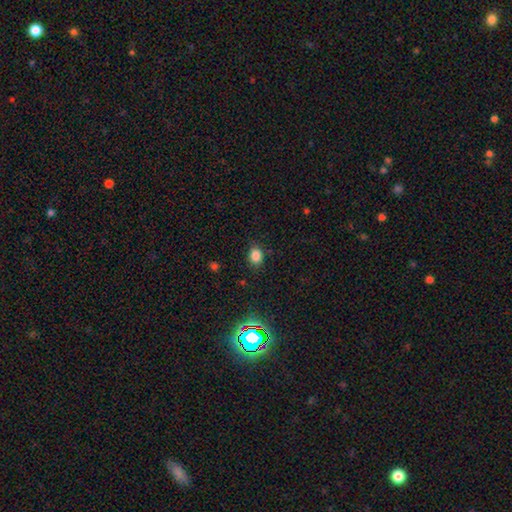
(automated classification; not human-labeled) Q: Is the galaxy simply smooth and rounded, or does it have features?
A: smooth — 81%.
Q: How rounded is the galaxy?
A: in between — 60%.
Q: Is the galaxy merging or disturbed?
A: none — 83%.